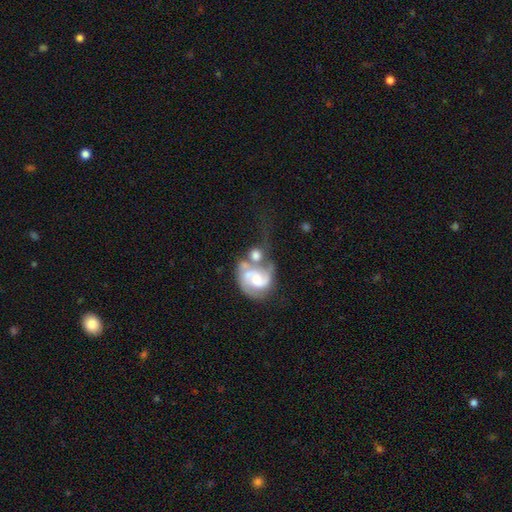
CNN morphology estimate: Overall: featured or disk (70%). Edge-on disk: no (97%). Bar: no (50%; weak 40%). Spiral arms: yes (89%). Spiral arm count: 2 (79%). Spiral winding: medium (48%; tight 28%). Bulge size: moderate (51%; small 32%). Merging: merger (47%; none 25%).